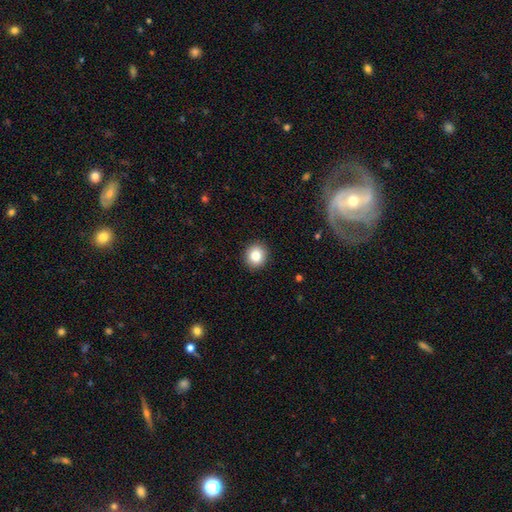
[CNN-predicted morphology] Smooth or featured?
  - smooth: 85% *
  - star or artifact: 9%
  - featured or disk: 6%
How rounded?
  - round: 81% *
  - in between: 18%
  - cigar-shaped: 1%
Merging?
  - none: 91% *
  - minor disturbance: 6%
  - major disturbance: 2%
  - merger: 1%